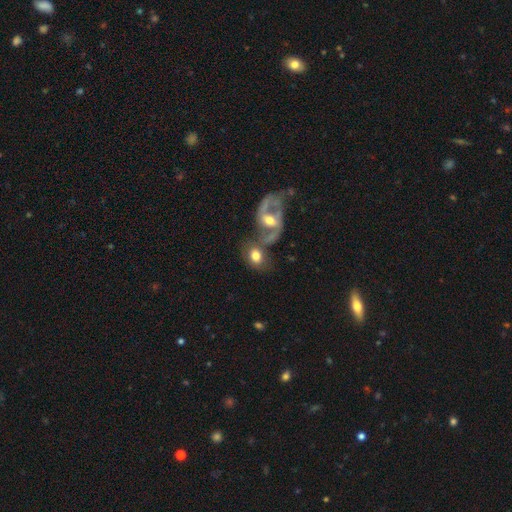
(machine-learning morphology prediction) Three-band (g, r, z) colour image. It shows a smooth galaxy with no disk features (55%) that is in between round and cigar-shaped (58%). Merging: merger (42%).